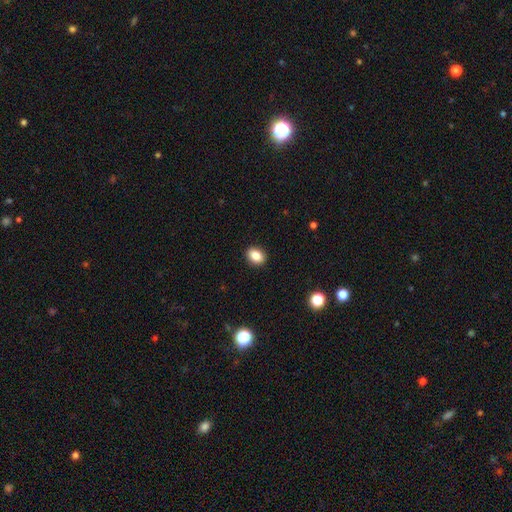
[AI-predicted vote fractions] smooth-or-featured: smooth: 86% | star or artifact: 9% | featured or disk: 5%
  how-rounded: in between: 61% | round: 38% | cigar-shaped: 1%
  merging: none: 91% | minor disturbance: 7% | major disturbance: 2% | merger: 1%